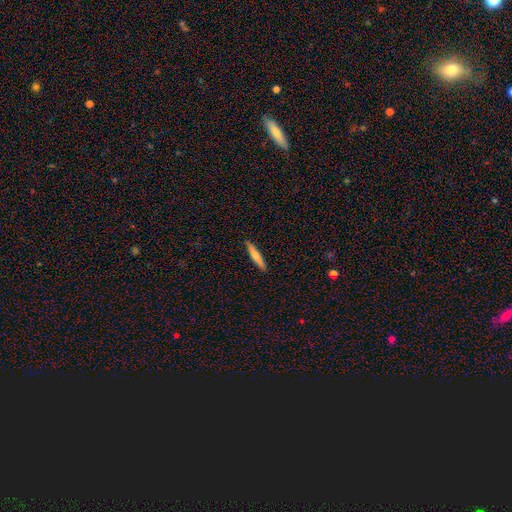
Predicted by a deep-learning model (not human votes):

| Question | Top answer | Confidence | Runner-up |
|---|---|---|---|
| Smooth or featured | smooth | 66% | featured or disk (28%) |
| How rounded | cigar-shaped | 92% | in between (6%) |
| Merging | none | 91% | minor disturbance (7%) |